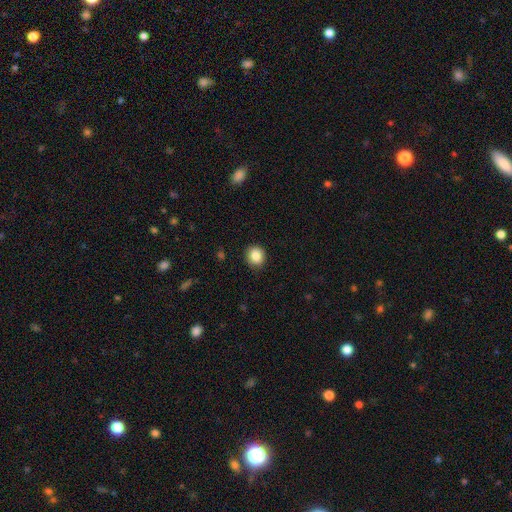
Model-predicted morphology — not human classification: type=smooth (86%); roundness=round (78%); merging=none (88%).